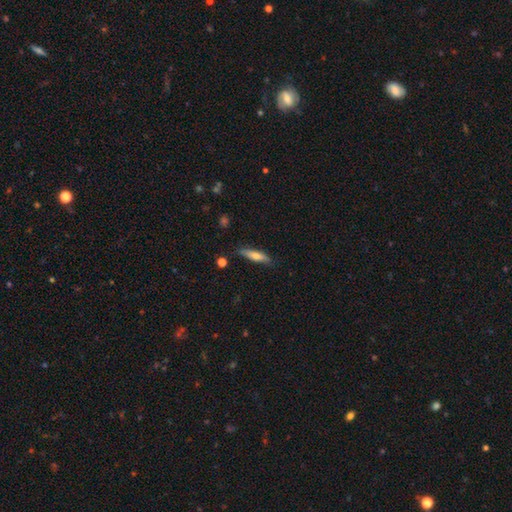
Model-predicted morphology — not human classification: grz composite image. It shows a smooth galaxy with no disk features (63%) that is cigar-shaped (77%). Merging: none (82%).